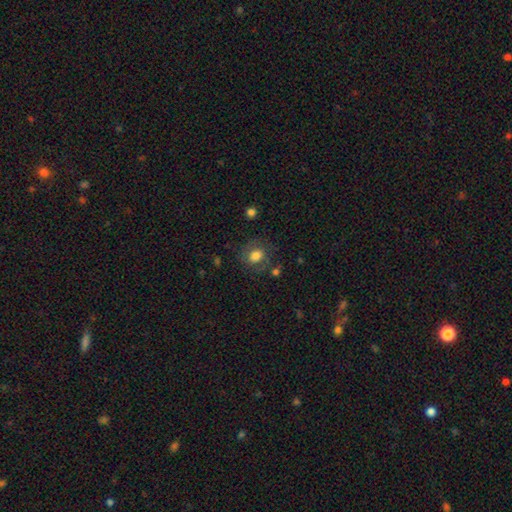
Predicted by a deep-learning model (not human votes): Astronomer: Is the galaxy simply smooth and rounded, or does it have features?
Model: smooth — 64%.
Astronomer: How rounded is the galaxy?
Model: round — 61% (runner-up: in between, 38%).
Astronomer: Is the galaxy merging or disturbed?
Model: none — 70%.